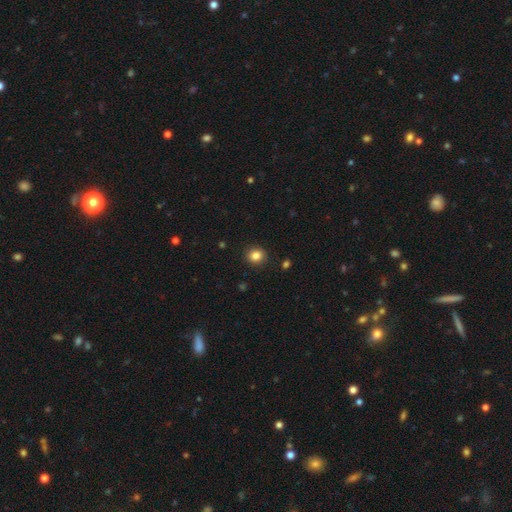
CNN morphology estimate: This is clearly a smooth galaxy (85%). How rounded: clearly round (84%). Merging: clearly none (91%).